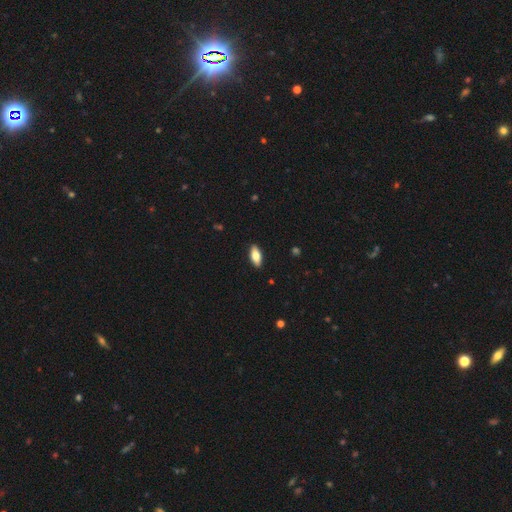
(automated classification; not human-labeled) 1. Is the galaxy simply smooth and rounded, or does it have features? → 74% smooth, 20% featured or disk, 6% star or artifact.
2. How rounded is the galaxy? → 80% in between, 18% cigar-shaped, 2% round.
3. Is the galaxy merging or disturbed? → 89% none, 8% minor disturbance, 2% major disturbance, 1% merger.